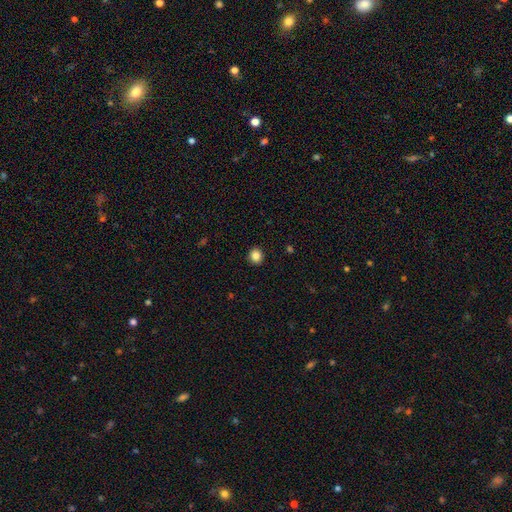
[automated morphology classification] This is clearly a smooth galaxy (86%). How rounded: clearly round (86%). Merging: clearly none (92%).